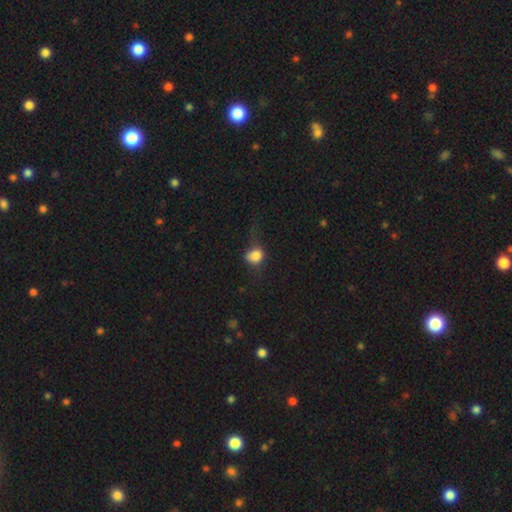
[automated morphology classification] Q: Smooth or featured?
A: smooth (78%); runner-up: featured or disk (11%)
Q: How rounded?
A: round (59%); runner-up: in between (39%)
Q: Merging?
A: none (38%); runner-up: minor disturbance (30%)